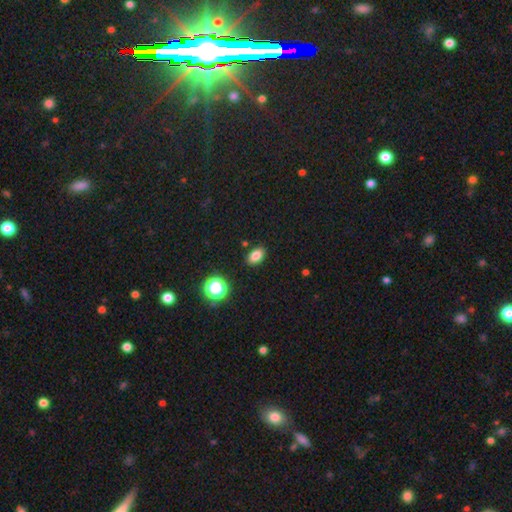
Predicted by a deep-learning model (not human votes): This appears to be a smooth galaxy with no disk features (82%) that is in between round and cigar-shaped (85%). Merging: none (87%).